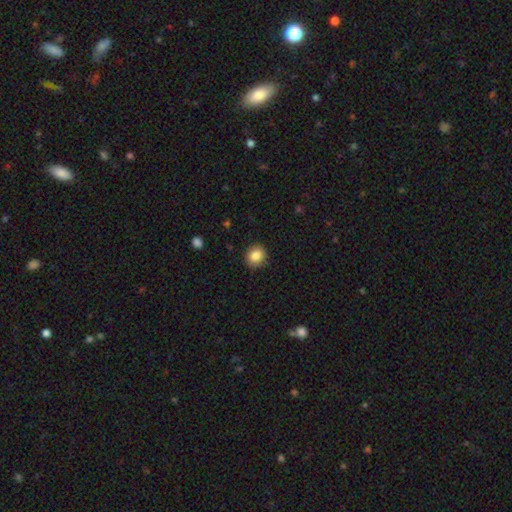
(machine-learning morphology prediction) smooth 85%, star or artifact 9%, featured or disk 6%. Down the decision tree: how rounded — round (81%); merging — none (89%).